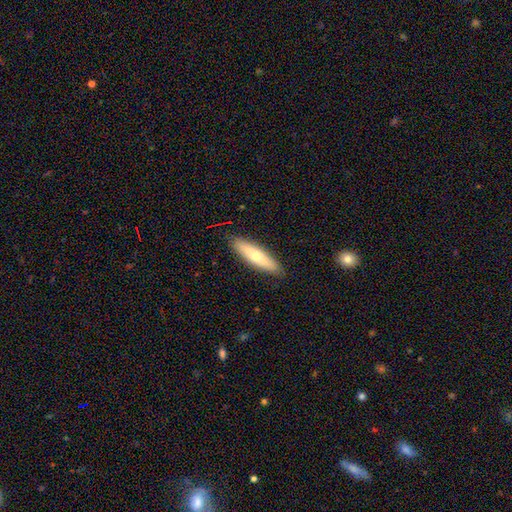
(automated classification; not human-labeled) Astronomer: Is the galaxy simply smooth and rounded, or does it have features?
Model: smooth — 61%.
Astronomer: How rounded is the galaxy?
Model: cigar-shaped — 69%.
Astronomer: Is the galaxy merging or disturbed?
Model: none — 88%.